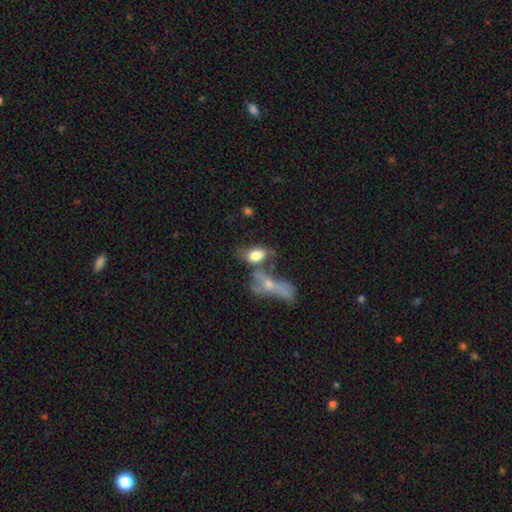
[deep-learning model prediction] This is likely a smooth galaxy (71%). How rounded: clearly in between (84%). Merging: marginally merger (43%).